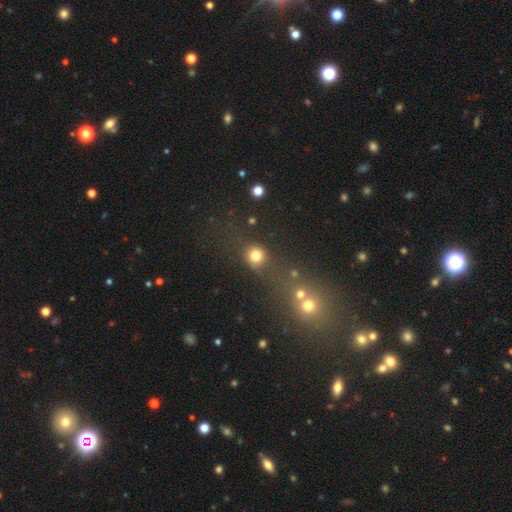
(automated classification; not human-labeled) The model was most divided on "merging": none: 67%, merger: 13%, minor disturbance: 12%, major disturbance: 8%. More confident: how rounded — round (87%); smooth or featured — smooth (78%).